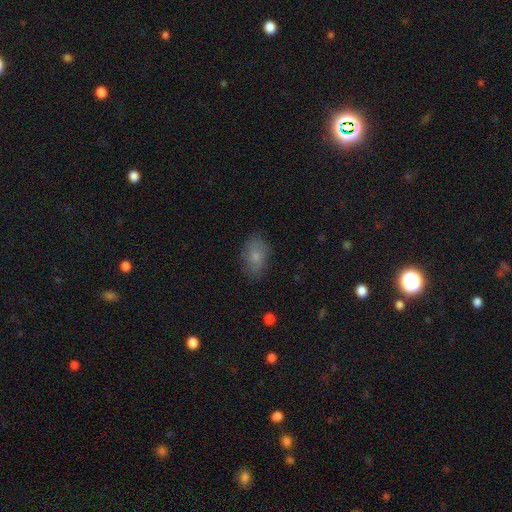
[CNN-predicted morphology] smooth 73%, featured or disk 18%, star or artifact 9%. Down the decision tree: how rounded — in between (85%); merging — none (77%).